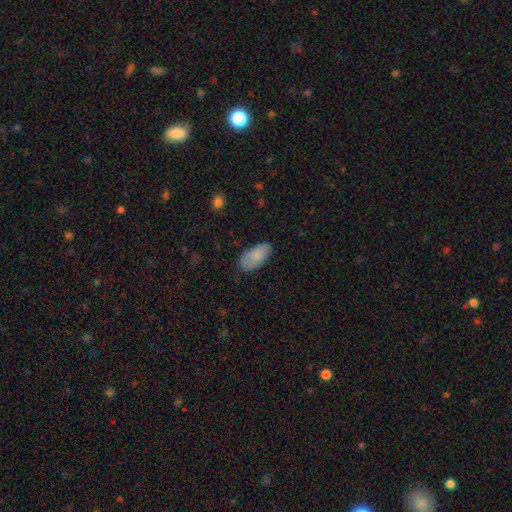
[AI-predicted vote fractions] Smooth or featured?
  - smooth: 83% *
  - featured or disk: 11%
  - star or artifact: 6%
How rounded?
  - in between: 93% *
  - cigar-shaped: 5%
  - round: 2%
Merging?
  - none: 80% *
  - minor disturbance: 16%
  - major disturbance: 3%
  - merger: 1%